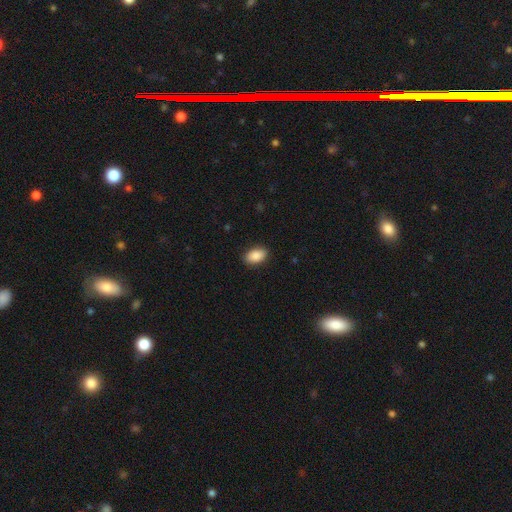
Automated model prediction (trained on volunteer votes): smooth 88%, star or artifact 7%, featured or disk 5%. Down the decision tree: how rounded — in between (92%); merging — none (89%).